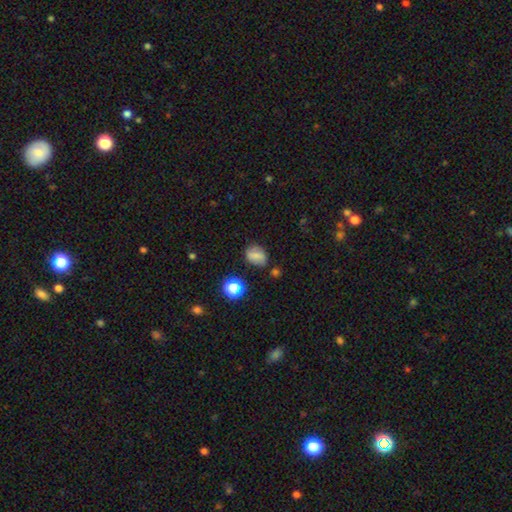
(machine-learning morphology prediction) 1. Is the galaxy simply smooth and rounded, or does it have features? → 70% smooth, 16% featured or disk, 14% star or artifact.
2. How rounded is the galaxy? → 60% in between, 38% round, 2% cigar-shaped.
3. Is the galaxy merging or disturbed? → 72% none, 18% minor disturbance, 5% major disturbance, 5% merger.